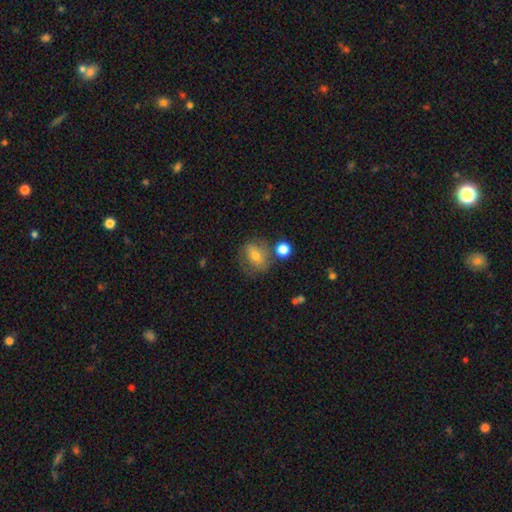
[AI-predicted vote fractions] The model was most divided on "how rounded": round: 54%, in between: 44%, cigar-shaped: 2%. More confident: merging — none (62%); smooth or featured — smooth (56%).